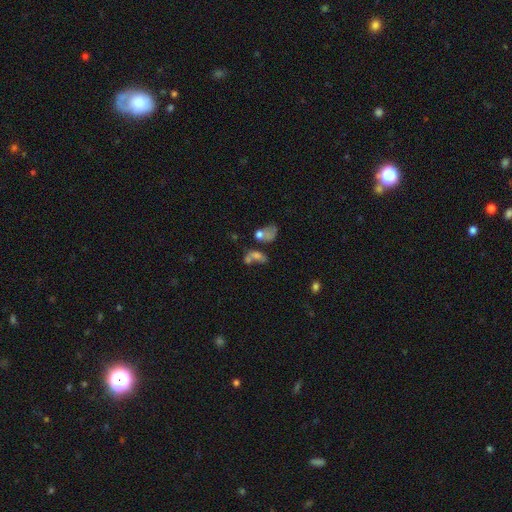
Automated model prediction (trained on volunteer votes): smooth-or-featured: smooth: 57% | featured or disk: 24% | star or artifact: 19%
  how-rounded: in between: 75% | round: 19% | cigar-shaped: 6%
  merging: merger: 53% | none: 20% | major disturbance: 17% | minor disturbance: 10%